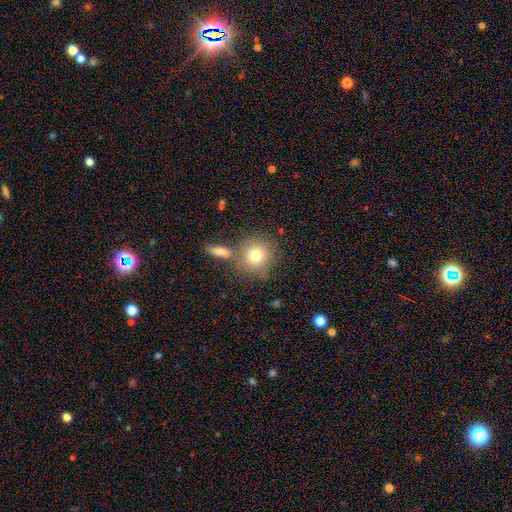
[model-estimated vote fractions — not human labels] This appears to be a smooth galaxy with no disk features (75%) that is round (90%). Merging: none (72%).